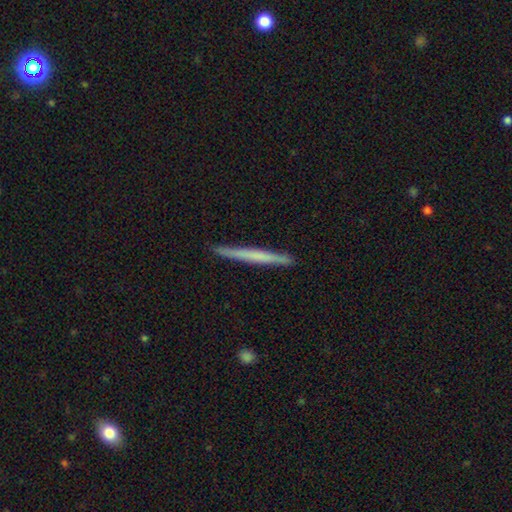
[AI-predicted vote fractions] smooth-or-featured: smooth: 50% | featured or disk: 45% | star or artifact: 5%
  merging: none: 91% | minor disturbance: 7% | major disturbance: 1% | merger: 1%